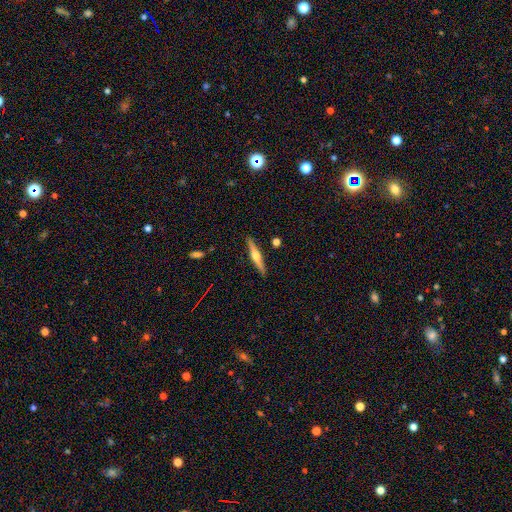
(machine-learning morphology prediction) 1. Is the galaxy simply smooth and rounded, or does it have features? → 62% featured or disk, 32% smooth, 6% star or artifact.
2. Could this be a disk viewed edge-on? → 97% yes, 3% no.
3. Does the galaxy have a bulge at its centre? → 91% rounded, 5% none, 4% boxy.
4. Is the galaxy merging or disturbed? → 89% none, 8% minor disturbance, 2% merger, 2% major disturbance.